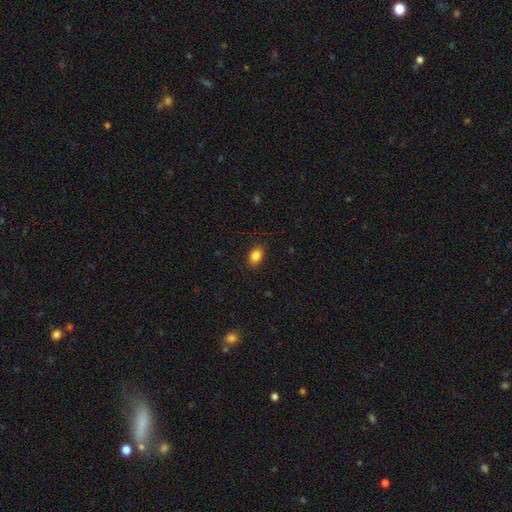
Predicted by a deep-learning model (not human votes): Q: Smooth or featured?
A: smooth (86%); runner-up: star or artifact (9%)
Q: How rounded?
A: in between (82%); runner-up: round (17%)
Q: Merging?
A: none (87%); runner-up: minor disturbance (10%)